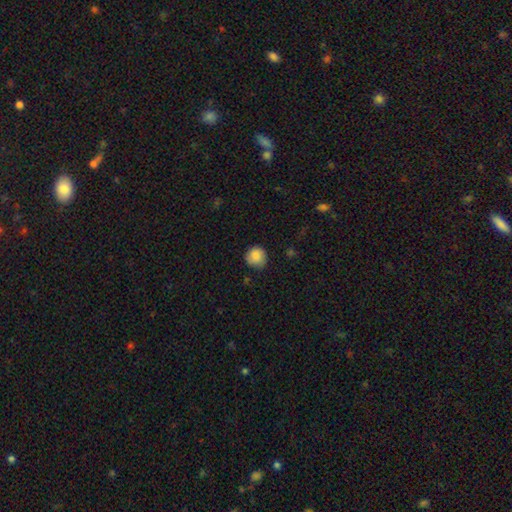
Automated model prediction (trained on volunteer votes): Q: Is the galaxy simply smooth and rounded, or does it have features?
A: smooth — 84%.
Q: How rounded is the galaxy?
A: round — 89%.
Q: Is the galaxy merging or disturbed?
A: none — 78%.